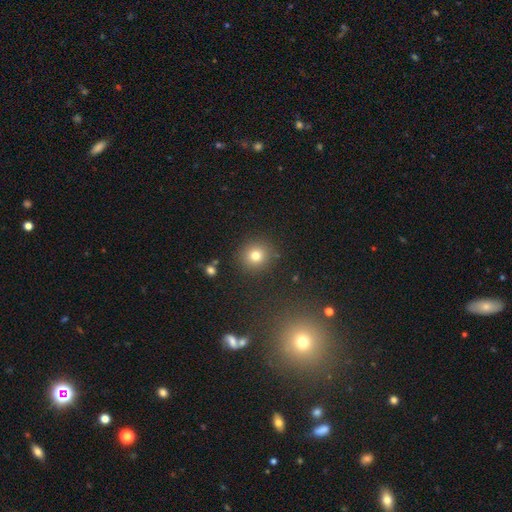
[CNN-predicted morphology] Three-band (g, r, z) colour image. It shows a smooth galaxy with no disk features (78%) that is round (89%). Merging: none (88%).